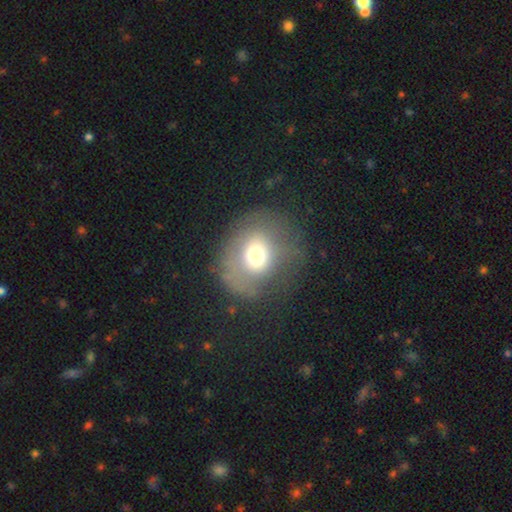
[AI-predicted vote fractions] A smooth galaxy with no disk features (62%) that is round (68%).

Vote fractions:
- Smooth or featured? smooth: 62% / featured or disk: 23% / star or artifact: 14%
- How rounded? round: 68% / in between: 31% / cigar-shaped: 1%
- Merging? none: 54% / major disturbance: 23% / minor disturbance: 21% / merger: 2%